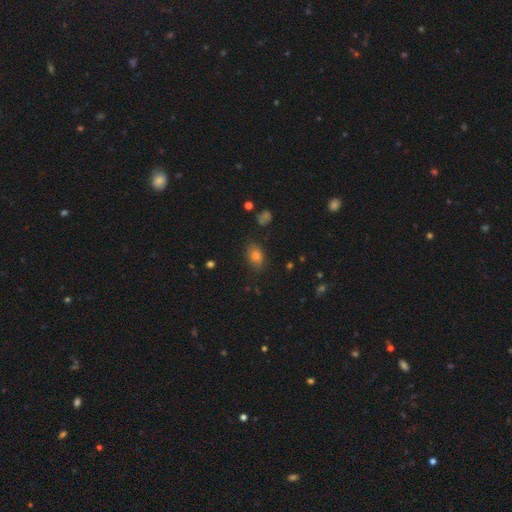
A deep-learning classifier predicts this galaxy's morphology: Q: Smooth or featured?
A: smooth (77%); runner-up: star or artifact (15%)
Q: How rounded?
A: in between (77%); runner-up: round (21%)
Q: Merging?
A: none (83%); runner-up: minor disturbance (12%)